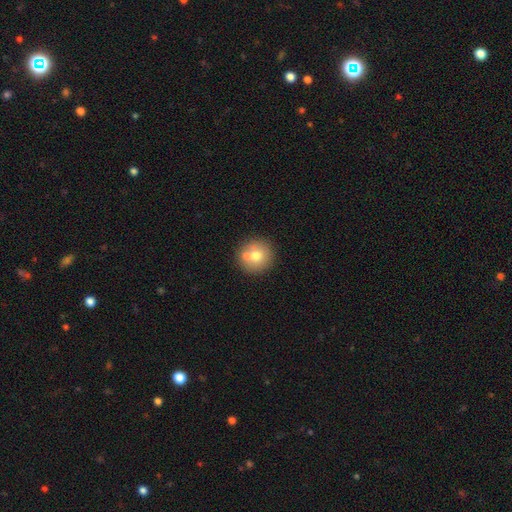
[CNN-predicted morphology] Q: Smooth or featured?
A: smooth (68%); runner-up: featured or disk (21%)
Q: How rounded?
A: round (93%); runner-up: in between (6%)
Q: Merging?
A: none (68%); runner-up: merger (21%)